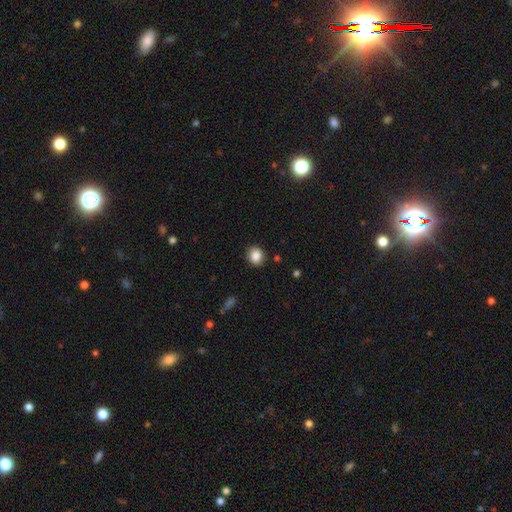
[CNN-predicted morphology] This appears to be a smooth galaxy with no disk features (85%) that is round (67%). Merging: none (87%).